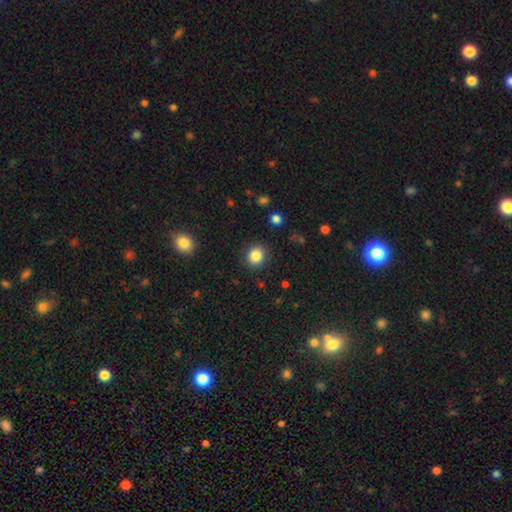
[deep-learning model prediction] Smooth or featured: smooth — 85% (star or artifact — 10%)
How rounded: round — 79% (in between — 21%)
Merging: none — 89% (minor disturbance — 7%)